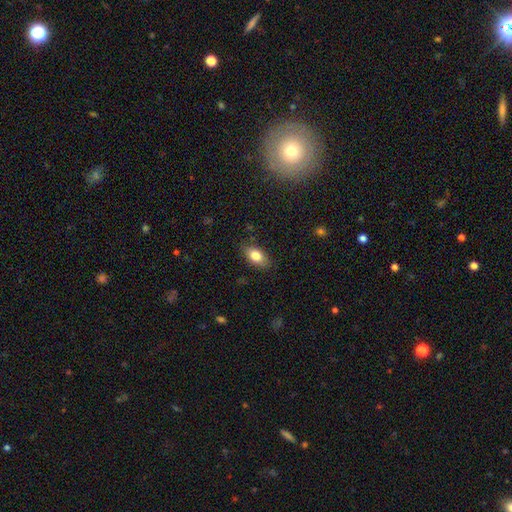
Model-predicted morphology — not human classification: Smooth or featured? smooth (81%)
How rounded? in between (88%)
Merging? none (83%)